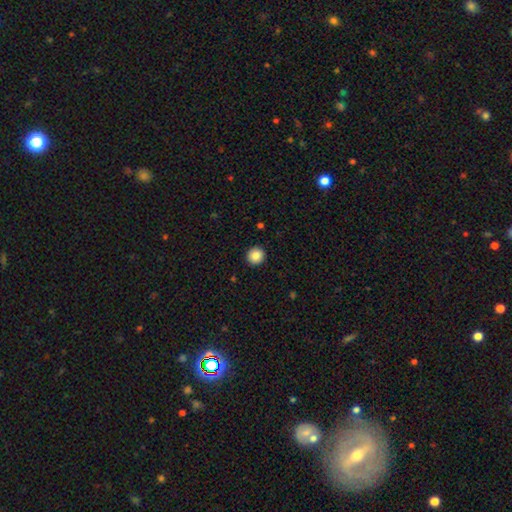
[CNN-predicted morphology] Smooth or featured: smooth — 87% (star or artifact — 9%)
How rounded: round — 93% (in between — 6%)
Merging: none — 93% (minor disturbance — 5%)